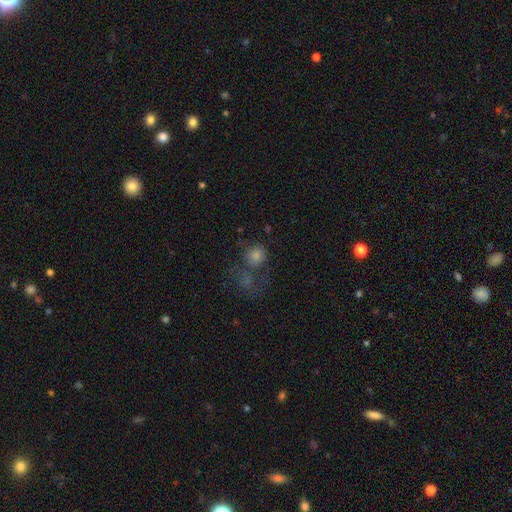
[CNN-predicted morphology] This appears to be a smooth galaxy with no disk features (64%) that is round (84%). Merging: none (45%).